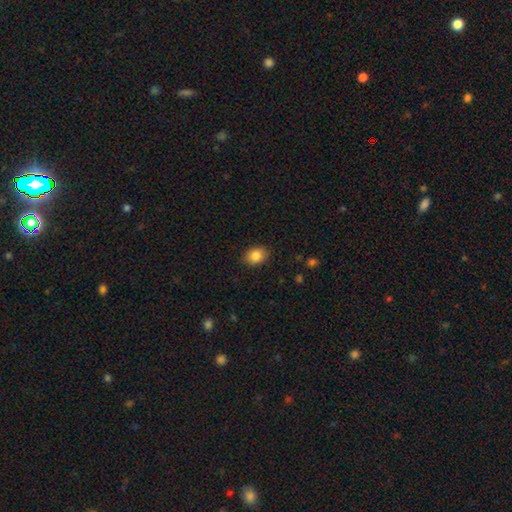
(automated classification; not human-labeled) Smooth or featured? smooth (87%)
How rounded? in between (63%)
Merging? none (87%)